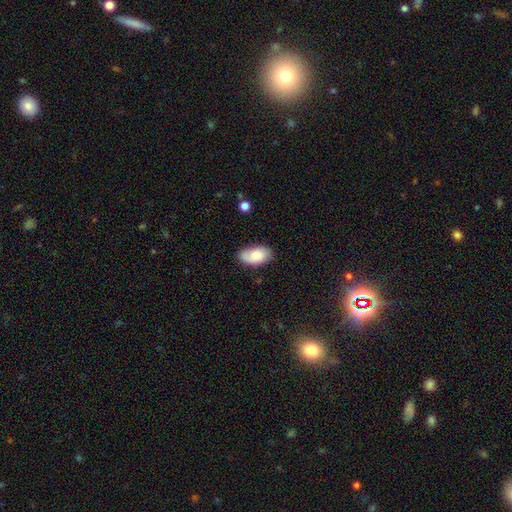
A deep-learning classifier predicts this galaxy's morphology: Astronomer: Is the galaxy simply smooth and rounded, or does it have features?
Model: smooth — 75%.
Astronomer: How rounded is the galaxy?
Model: in between — 94%.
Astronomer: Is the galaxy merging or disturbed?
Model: none — 72%.